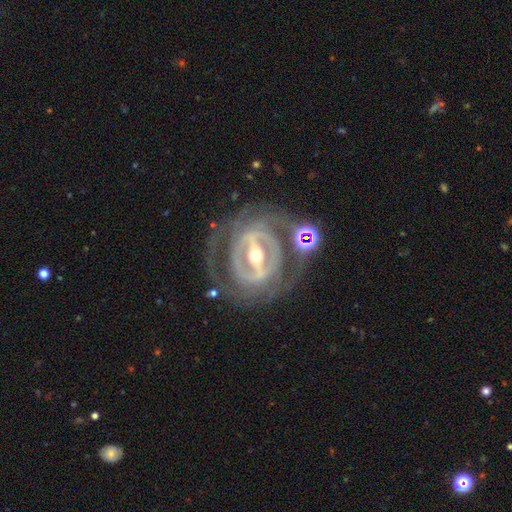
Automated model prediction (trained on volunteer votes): Smooth or featured? featured or disk (89%)
Edge-on disk? no (93%)
Bar? strong (76%)
Spiral arms? yes (74%)
Spiral winding? tight (64%)
Spiral arm count? 2 (36%)
Bulge size? moderate (57%)
Merging? none (66%)